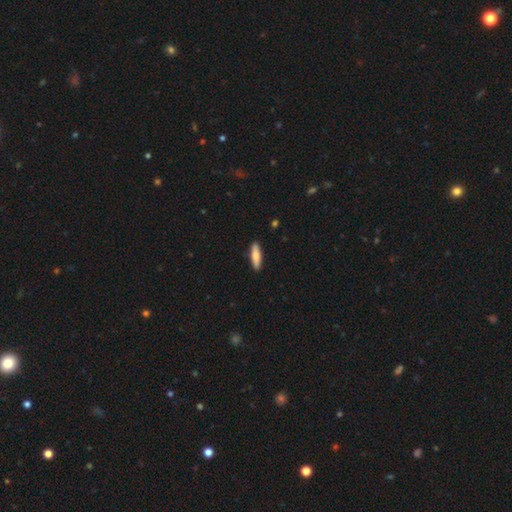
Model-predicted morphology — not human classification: Q: Smooth or featured?
A: smooth (76%); runner-up: featured or disk (19%)
Q: How rounded?
A: cigar-shaped (71%); runner-up: in between (27%)
Q: Merging?
A: none (90%); runner-up: minor disturbance (7%)